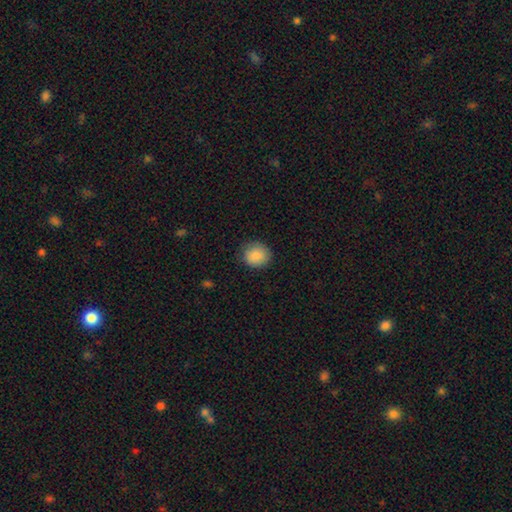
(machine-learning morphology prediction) Smooth or featured? smooth (87%)
How rounded? round (86%)
Merging? none (84%)